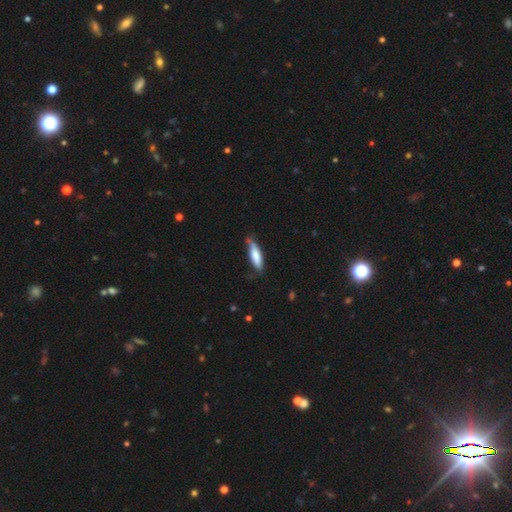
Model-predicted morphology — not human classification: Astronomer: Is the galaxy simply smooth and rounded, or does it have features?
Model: smooth — 77%.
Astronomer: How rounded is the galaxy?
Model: cigar-shaped — 59% (runner-up: in between, 40%).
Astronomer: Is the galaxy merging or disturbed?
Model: none — 60%.